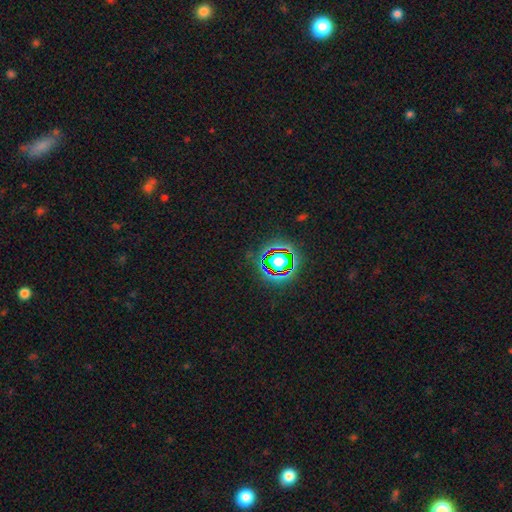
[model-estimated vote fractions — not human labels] smooth-or-featured: star or artifact: 78% | smooth: 14% | featured or disk: 8%